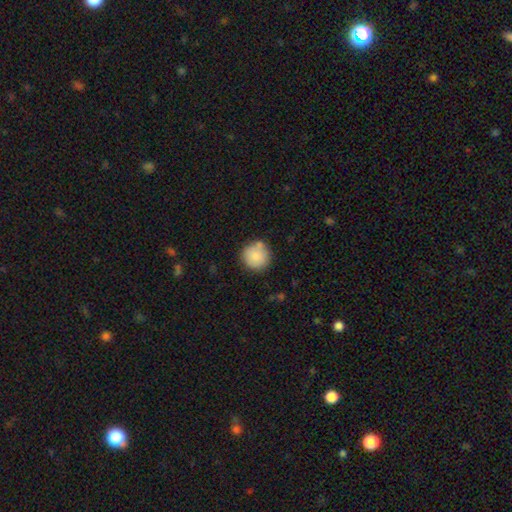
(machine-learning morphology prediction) smooth 85%, featured or disk 8%, star or artifact 7%. Down the decision tree: how rounded — round (94%); merging — none (77%).